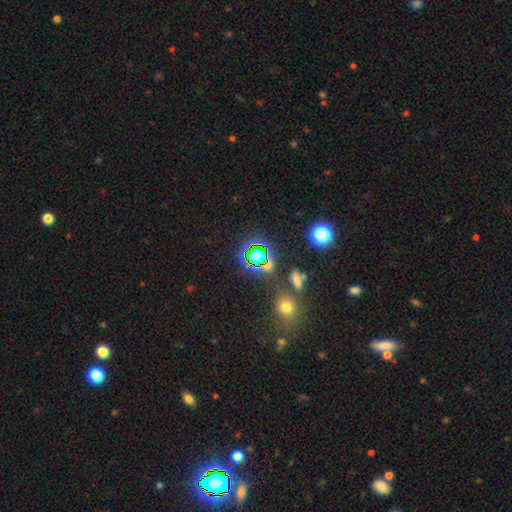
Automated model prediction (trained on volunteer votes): Smooth or featured? star or artifact (63%)